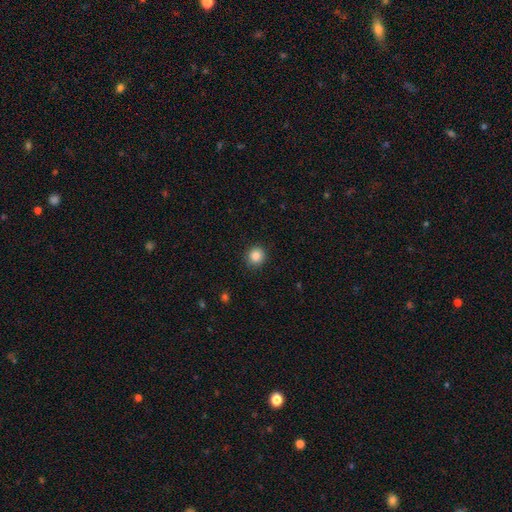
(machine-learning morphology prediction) The model was most divided on "smooth or featured": smooth: 86%, star or artifact: 10%, featured or disk: 4%. More confident: merging — none (90%); how rounded — round (89%).